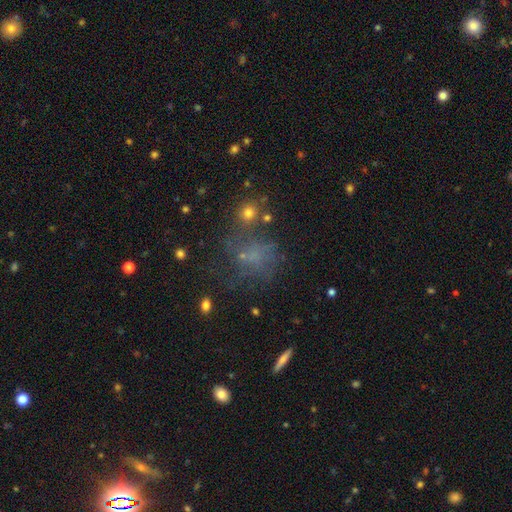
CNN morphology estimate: type=smooth (42%); merging=none (52%).